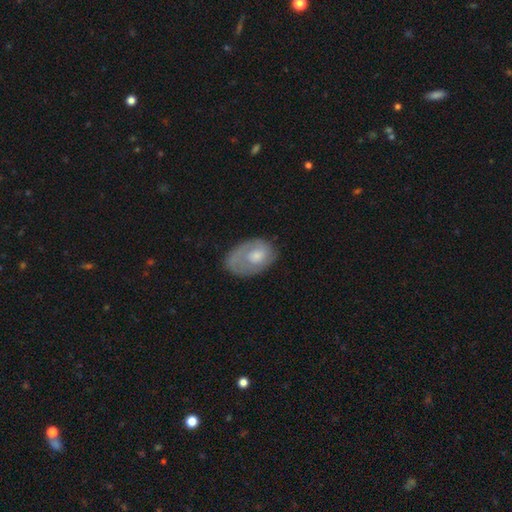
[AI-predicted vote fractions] Smooth or featured: featured or disk — 50% (smooth — 43%)
Edge-on disk: no — 94% (yes — 6%)
Merging: none — 56% (minor disturbance — 26%)